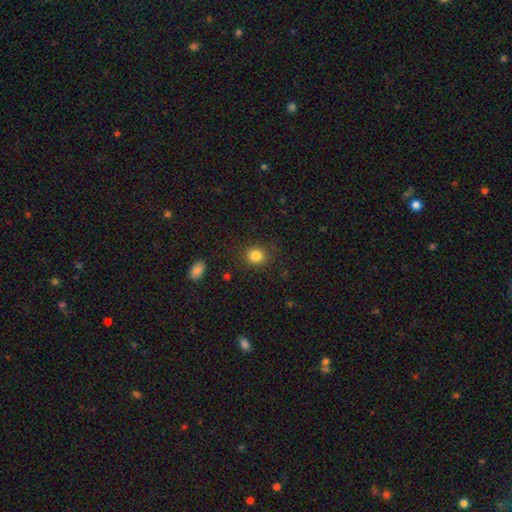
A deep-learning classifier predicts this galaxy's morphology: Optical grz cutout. It shows a smooth galaxy with no disk features (84%) that is round (75%). Merging: none (86%).